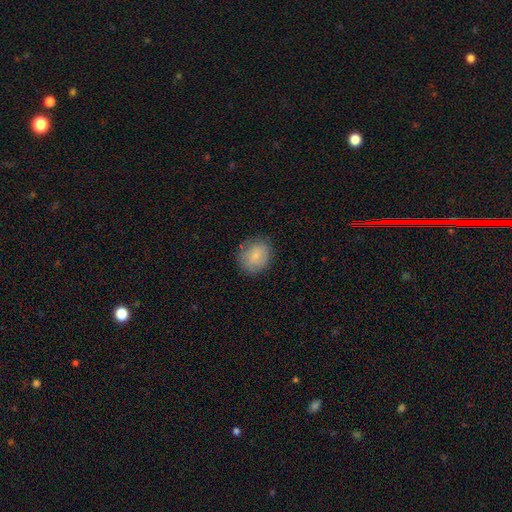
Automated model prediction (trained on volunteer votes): Overall: smooth (78%). How rounded: round (71%). Merging: none (80%).